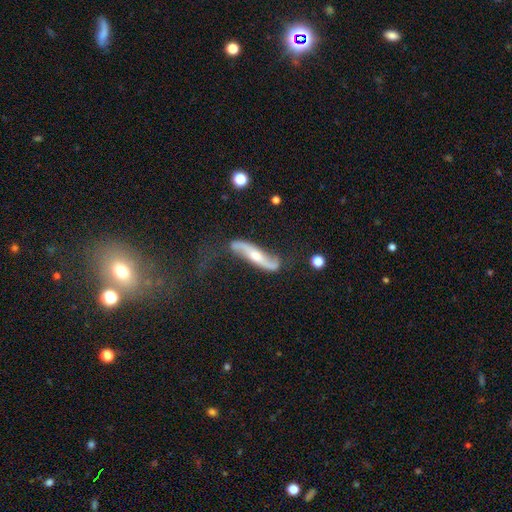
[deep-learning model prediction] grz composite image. It shows a featured or disk galaxy (83%) with no bar (50%), 2 (93%) loose (80%) spiral arms (94%) and a moderate central bulge (53%). Merging: none (67%).